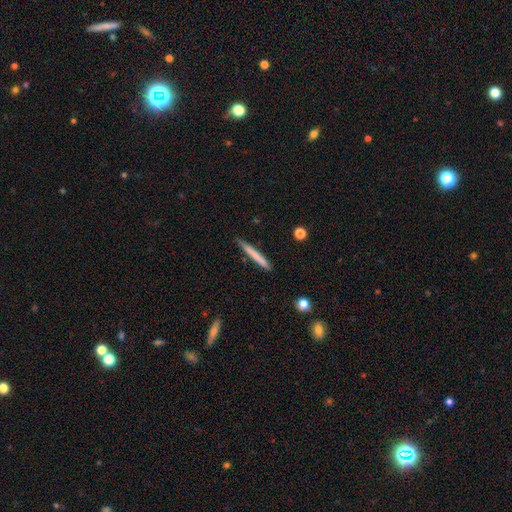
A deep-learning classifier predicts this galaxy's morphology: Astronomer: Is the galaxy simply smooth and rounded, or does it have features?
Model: smooth — 69%.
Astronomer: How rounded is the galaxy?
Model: cigar-shaped — 97%.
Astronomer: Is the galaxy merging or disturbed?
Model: none — 86%.